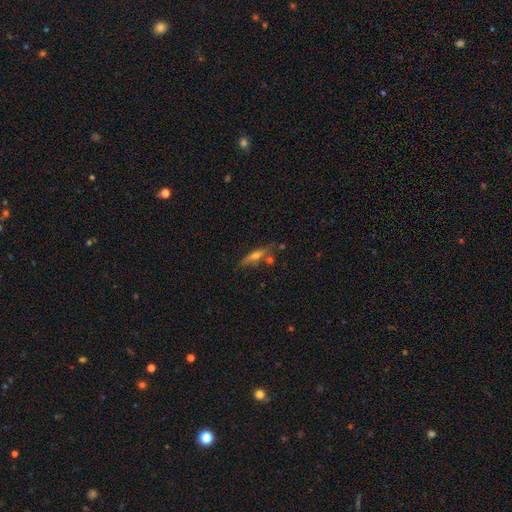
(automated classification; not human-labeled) Smooth or featured? featured or disk (54%)
Edge-on disk? yes (88%)
Merging? none (70%)